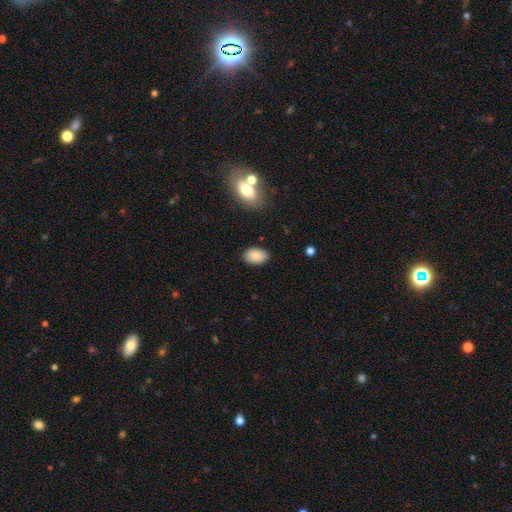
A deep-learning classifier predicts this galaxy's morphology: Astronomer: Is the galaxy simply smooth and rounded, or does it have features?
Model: smooth — 86%.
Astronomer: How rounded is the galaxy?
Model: in between — 90%.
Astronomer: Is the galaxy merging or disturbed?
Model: none — 87%.